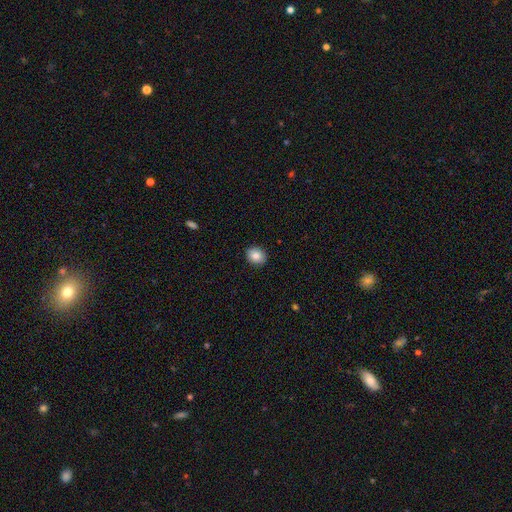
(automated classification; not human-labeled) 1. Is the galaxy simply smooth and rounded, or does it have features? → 84% smooth, 8% star or artifact, 8% featured or disk.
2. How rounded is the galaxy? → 57% round, 42% in between, 1% cigar-shaped.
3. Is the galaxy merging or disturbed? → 90% none, 7% minor disturbance, 2% major disturbance, 1% merger.